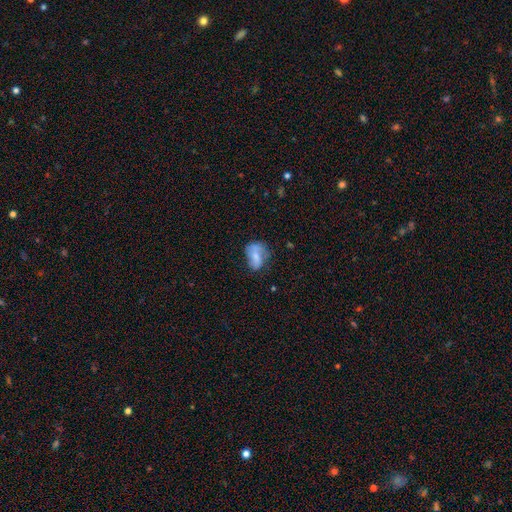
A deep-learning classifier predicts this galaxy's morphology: The model was most divided on "merging": none: 43%, minor disturbance: 33%, major disturbance: 20%, merger: 5%. More confident: how rounded — in between (83%); smooth or featured — smooth (60%).